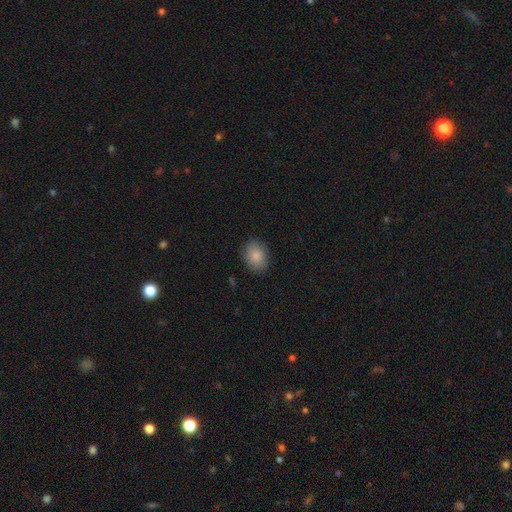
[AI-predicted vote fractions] Smooth or featured: smooth — 86% (star or artifact — 8%)
How rounded: in between — 67% (round — 32%)
Merging: none — 86% (minor disturbance — 10%)